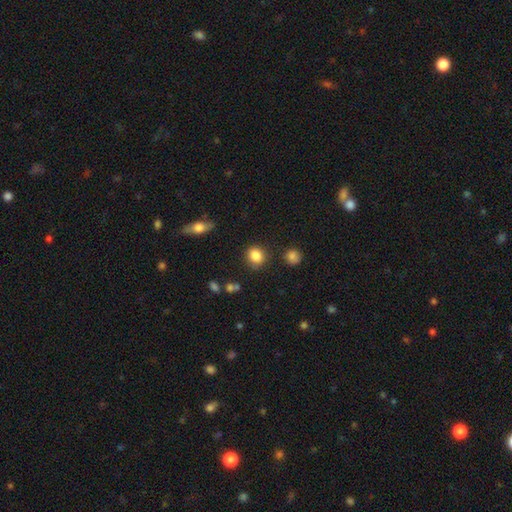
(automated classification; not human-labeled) smooth-or-featured: smooth: 86% | star or artifact: 9% | featured or disk: 5%
  how-rounded: round: 66% | in between: 32% | cigar-shaped: 1%
  merging: none: 82% | minor disturbance: 11% | merger: 3% | major disturbance: 3%